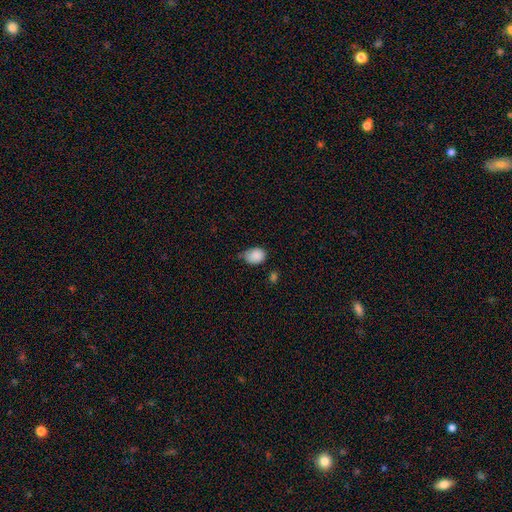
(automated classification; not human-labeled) Smooth or featured?
  - smooth: 87% *
  - star or artifact: 9%
  - featured or disk: 4%
How rounded?
  - in between: 55% *
  - round: 44%
  - cigar-shaped: 1%
Merging?
  - none: 50% *
  - minor disturbance: 39%
  - major disturbance: 7%
  - merger: 4%